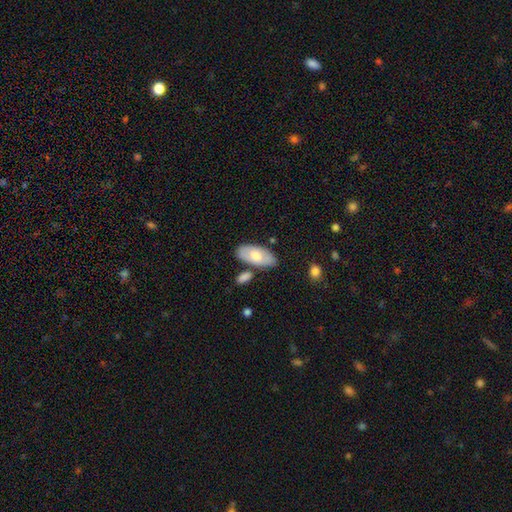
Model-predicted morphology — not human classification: The model was most divided on "smooth or featured": smooth: 66%, featured or disk: 29%, star or artifact: 5%. More confident: how rounded — in between (93%); merging — none (75%).